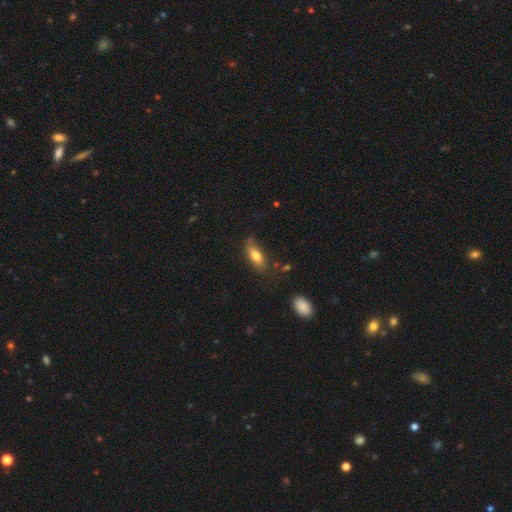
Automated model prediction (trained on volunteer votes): The model was most divided on "how rounded": in between: 68%, cigar-shaped: 29%, round: 3%. More confident: smooth or featured — smooth (70%); merging — none (68%).